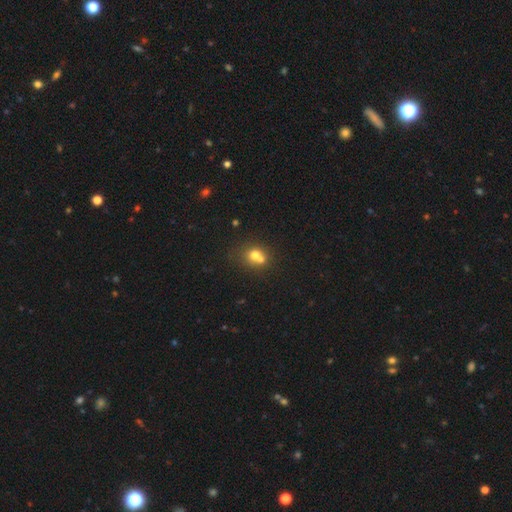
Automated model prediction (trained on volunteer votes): A smooth galaxy with no disk features (69%) that is round (67%). Merging: merger (54%).